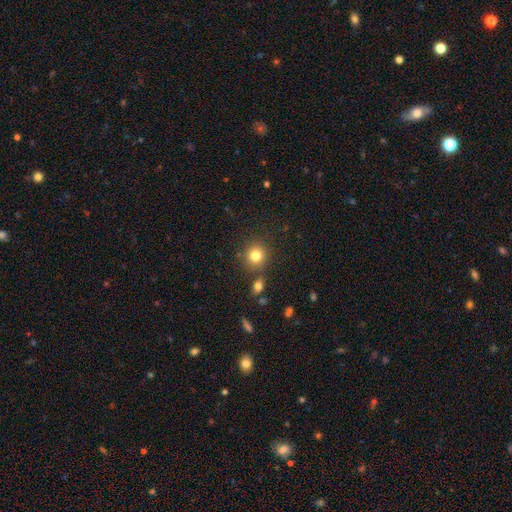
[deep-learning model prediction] A smooth galaxy with no disk features (81%) that is round (90%).

Vote fractions:
- Smooth or featured? smooth: 81% / star or artifact: 12% / featured or disk: 7%
- How rounded? round: 90% / in between: 9% / cigar-shaped: 1%
- Merging? none: 81% / minor disturbance: 9% / merger: 8% / major disturbance: 3%